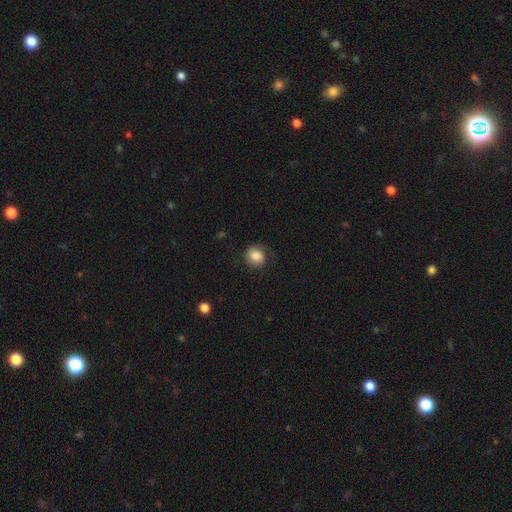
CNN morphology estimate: smooth_or_featured: smooth (p=0.81) [alt: featured or disk p=0.11]
how_rounded: round (p=0.75) [alt: in between p=0.24]
merging: none (p=0.69) [alt: minor disturbance p=0.20]